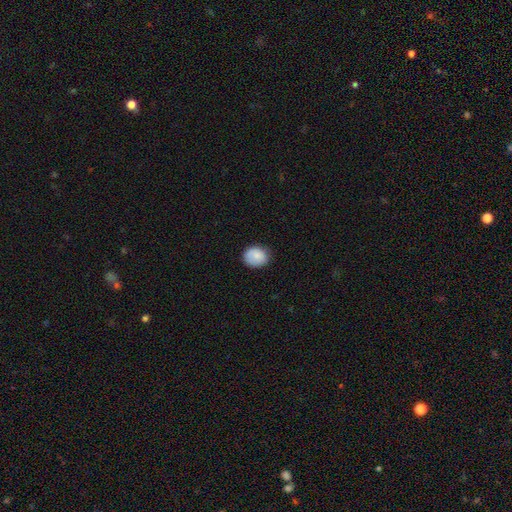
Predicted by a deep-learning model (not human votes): Smooth or featured? smooth (85%)
How rounded? round (64%)
Merging? none (79%)